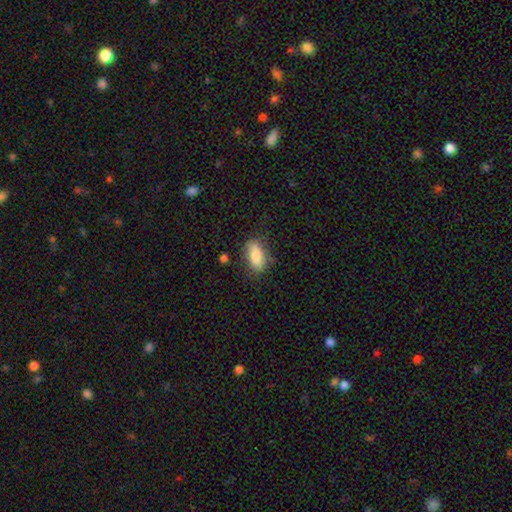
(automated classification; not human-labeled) Smooth or featured?
  - smooth: 82% *
  - featured or disk: 11%
  - star or artifact: 7%
How rounded?
  - in between: 86% *
  - cigar-shaped: 11%
  - round: 3%
Merging?
  - none: 75% *
  - minor disturbance: 18%
  - major disturbance: 5%
  - merger: 2%